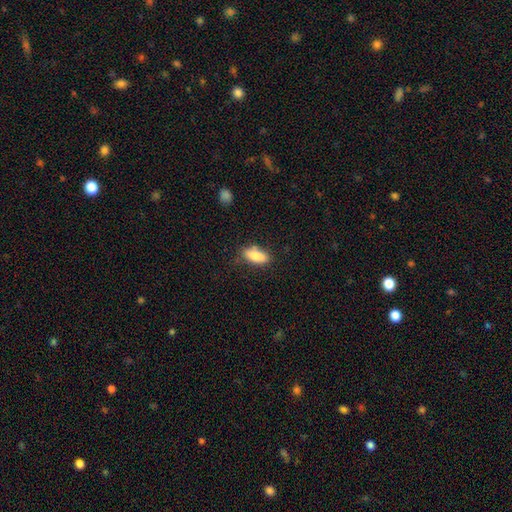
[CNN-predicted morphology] Smooth or featured?
  - smooth: 85% *
  - featured or disk: 8%
  - star or artifact: 7%
How rounded?
  - in between: 79% *
  - cigar-shaped: 18%
  - round: 3%
Merging?
  - none: 74% *
  - minor disturbance: 18%
  - major disturbance: 4%
  - merger: 3%